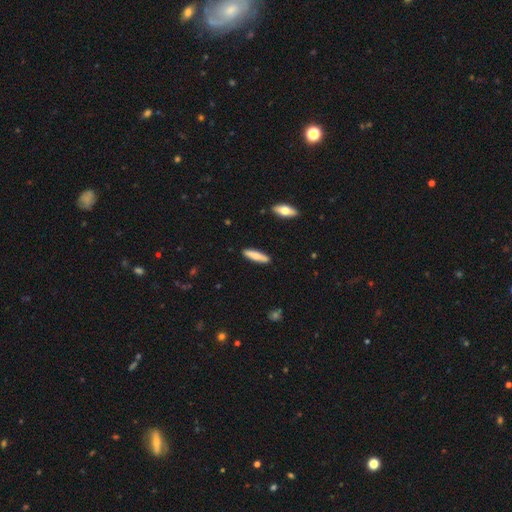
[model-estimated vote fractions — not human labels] Smooth or featured? smooth (75%)
How rounded? cigar-shaped (79%)
Merging? none (89%)